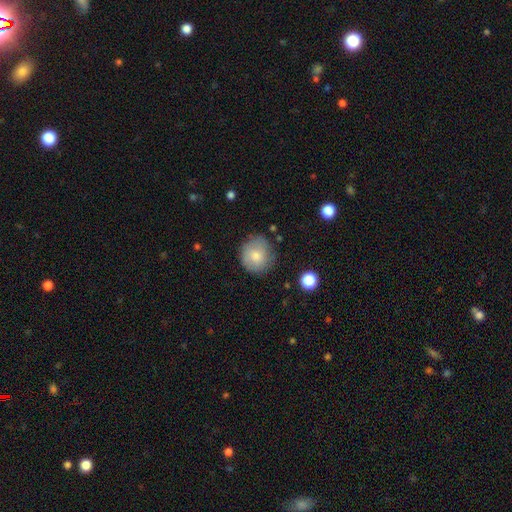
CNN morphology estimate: type=smooth (76%); roundness=round (88%); merging=none (74%).